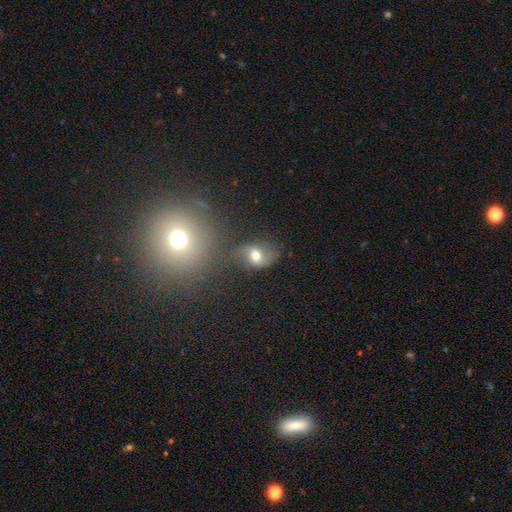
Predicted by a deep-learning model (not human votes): This appears to be a smooth galaxy with no disk features (57%) that is in between round and cigar-shaped (68%). Merging: none (54%).